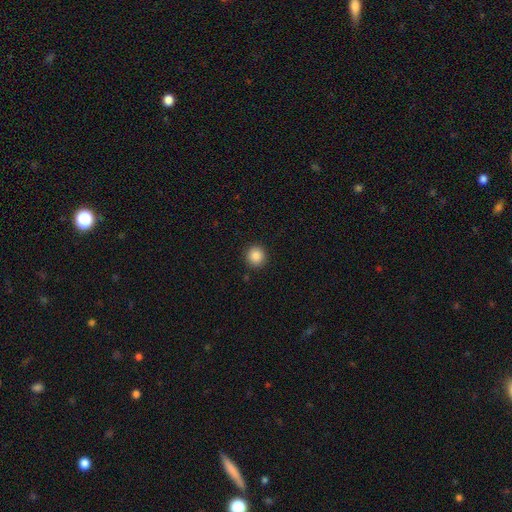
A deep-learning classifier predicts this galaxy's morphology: Q: Smooth or featured?
A: smooth (87%); runner-up: star or artifact (10%)
Q: How rounded?
A: round (92%); runner-up: in between (7%)
Q: Merging?
A: none (91%); runner-up: minor disturbance (6%)